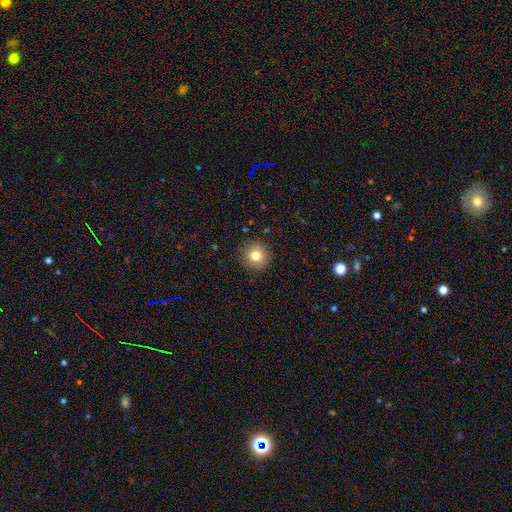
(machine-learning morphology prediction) Q: Smooth or featured?
A: smooth (79%); runner-up: star or artifact (12%)
Q: How rounded?
A: round (93%); runner-up: in between (6%)
Q: Merging?
A: none (90%); runner-up: minor disturbance (7%)